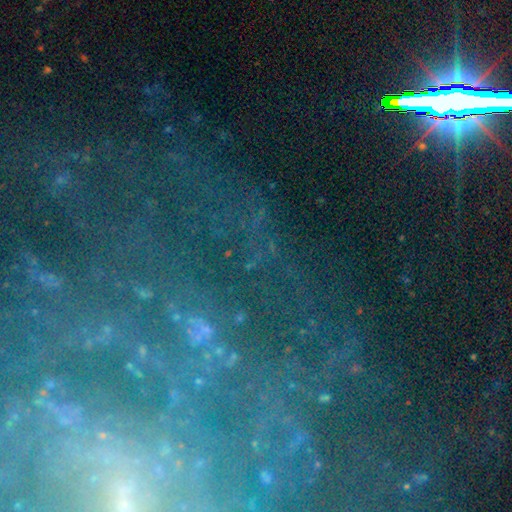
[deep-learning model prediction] A star or artifact, not a galaxy (56%).

Vote fractions:
- Smooth or featured? star or artifact: 56% / featured or disk: 31% / smooth: 13%